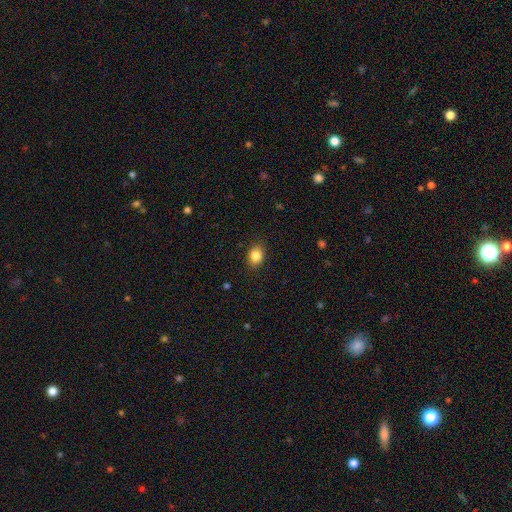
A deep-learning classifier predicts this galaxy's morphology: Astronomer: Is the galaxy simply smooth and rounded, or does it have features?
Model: smooth — 86%.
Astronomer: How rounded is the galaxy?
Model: in between — 56% (runner-up: round, 43%).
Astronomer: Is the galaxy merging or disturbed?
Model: none — 86%.